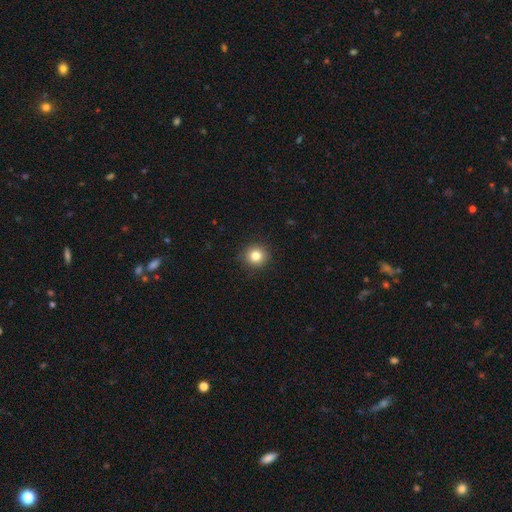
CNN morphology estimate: This appears to be a smooth galaxy with no disk features (81%) that is round (94%). Merging: none (92%).